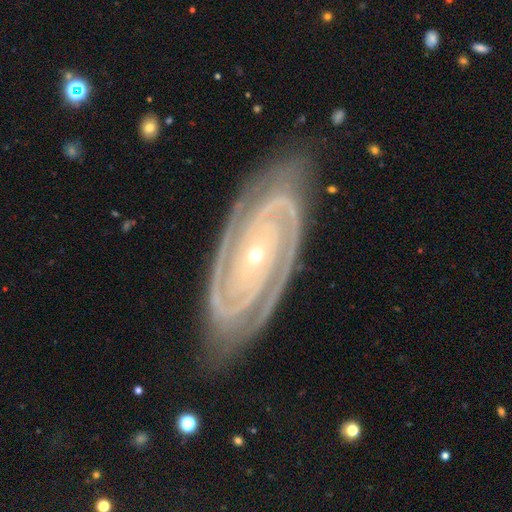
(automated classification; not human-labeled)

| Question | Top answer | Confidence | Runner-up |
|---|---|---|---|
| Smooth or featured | featured or disk | 93% | star or artifact (4%) |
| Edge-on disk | no | 96% | yes (4%) |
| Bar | no | 73% | strong (13%) |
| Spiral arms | yes | 99% | no (1%) |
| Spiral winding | tight | 79% | medium (18%) |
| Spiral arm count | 2 | 79% | 3 (9%) |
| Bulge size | small | 82% | moderate (15%) |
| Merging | none | 81% | minor disturbance (14%) |